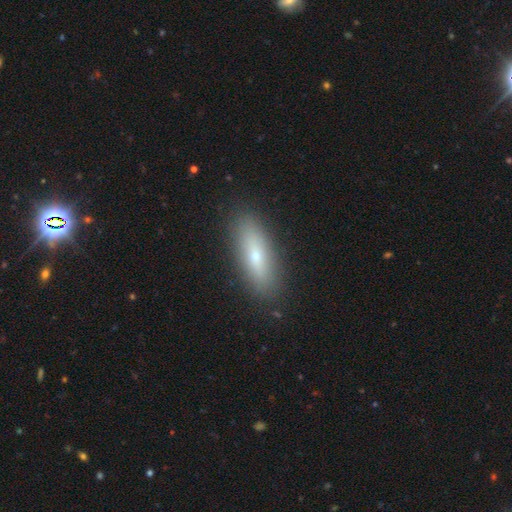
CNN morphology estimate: A smooth galaxy with no disk features (59%) that is in between round and cigar-shaped (51%).

Vote fractions:
- Smooth or featured? smooth: 59% / featured or disk: 33% / star or artifact: 8%
- How rounded? in between: 51% / cigar-shaped: 46% / round: 3%
- Merging? none: 88% / minor disturbance: 8% / major disturbance: 2% / merger: 1%